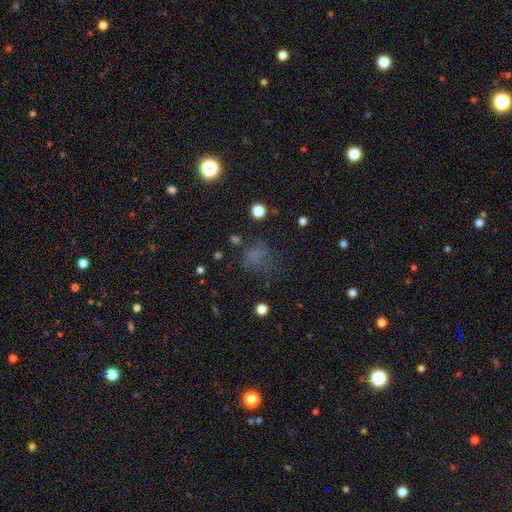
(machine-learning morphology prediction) The model was most divided on "how rounded": round: 64%, in between: 34%, cigar-shaped: 1%. More confident: smooth or featured — smooth (57%); merging — none (53%).